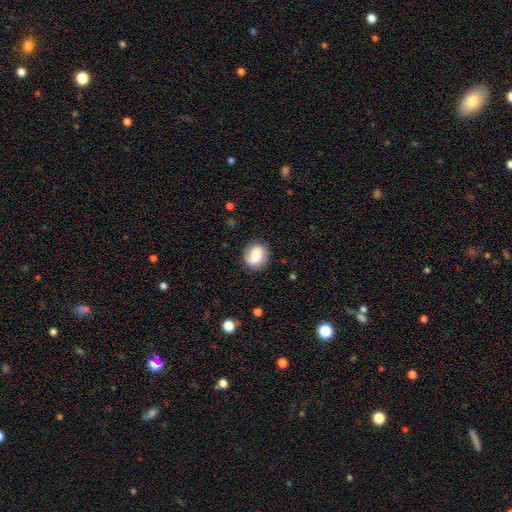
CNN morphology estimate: smooth-or-featured: smooth: 66% | featured or disk: 26% | star or artifact: 8%
  how-rounded: round: 70% | in between: 28% | cigar-shaped: 1%
  merging: none: 79% | minor disturbance: 15% | major disturbance: 5% | merger: 1%